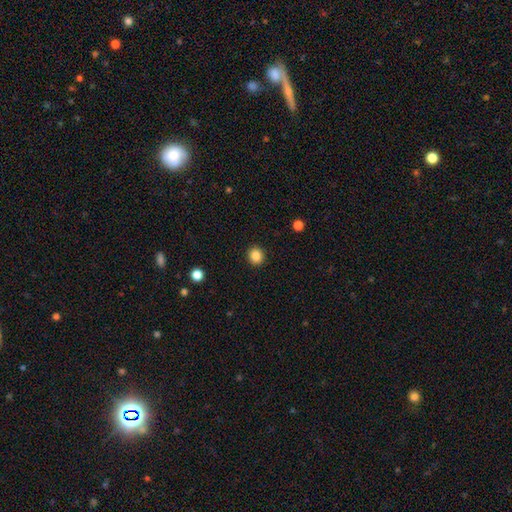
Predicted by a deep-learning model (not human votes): Morphology: type=smooth (86%); roundness=round (81%); merging=none (92%).